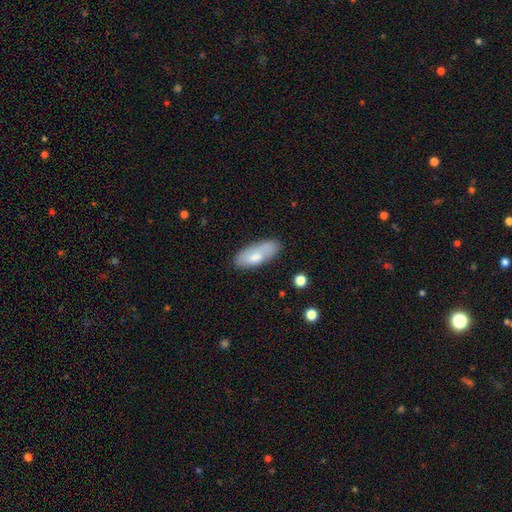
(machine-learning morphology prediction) smooth-or-featured: smooth: 73% | featured or disk: 21% | star or artifact: 6%
  how-rounded: in between: 78% | cigar-shaped: 20% | round: 2%
  merging: none: 63% | minor disturbance: 25% | major disturbance: 7% | merger: 5%